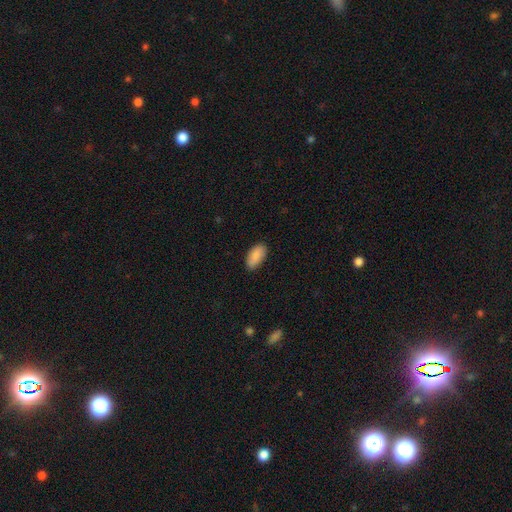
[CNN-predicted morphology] Q: Smooth or featured?
A: smooth (87%); runner-up: featured or disk (7%)
Q: How rounded?
A: in between (94%); runner-up: cigar-shaped (4%)
Q: Merging?
A: none (84%); runner-up: minor disturbance (13%)